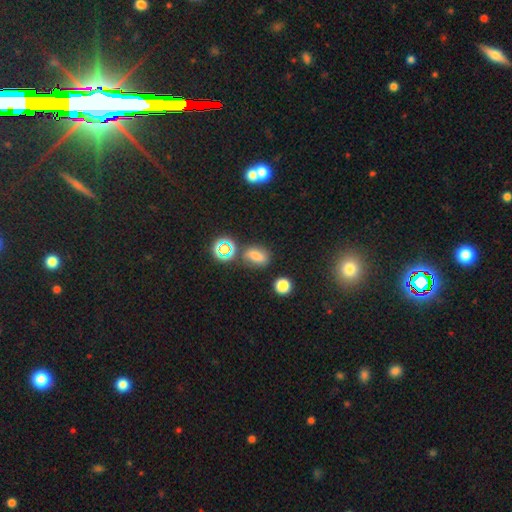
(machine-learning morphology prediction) Q: Smooth or featured?
A: smooth (65%); runner-up: star or artifact (25%)
Q: How rounded?
A: in between (70%); runner-up: round (25%)
Q: Merging?
A: none (69%); runner-up: minor disturbance (17%)